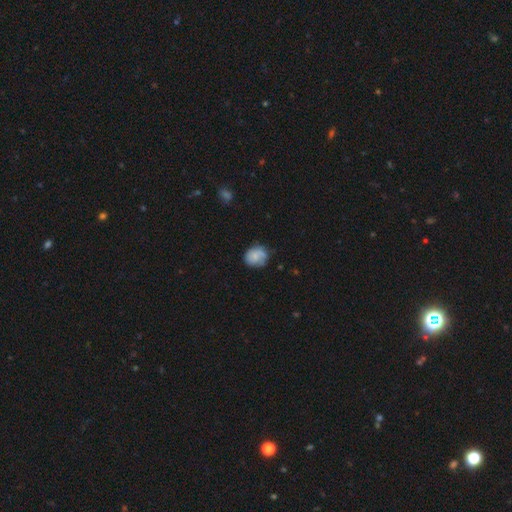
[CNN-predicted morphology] This appears to be a smooth galaxy with no disk features (57%) that is round (68%). Merging: none (64%).